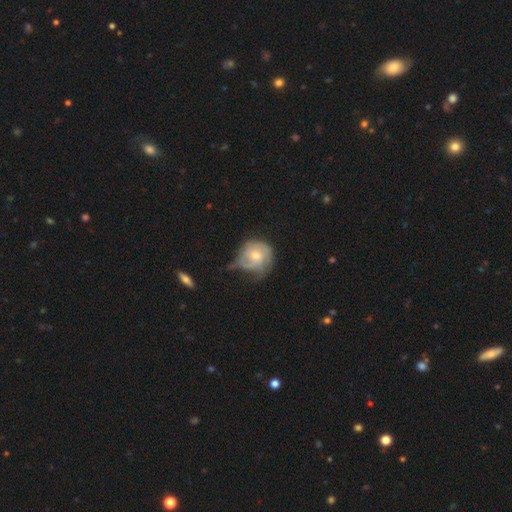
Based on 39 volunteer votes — smooth_or_featured: featured or disk (p=0.59) [alt: smooth p=0.36]
disk_edge_on: no (p=0.96) [alt: yes p=0.04]
bar: no (p=0.55) [alt: weak p=0.45]
has_spiral_arms: yes (p=0.68) [alt: no p=0.32]
spiral_winding: tight (p=0.47) [tied with: medium p=0.47]
spiral_arm_count: can't tell (p=0.53) [alt: 2 p=0.20]
bulge_size: small (p=0.45) [alt: moderate p=0.41]
merging: minor disturbance (p=0.43) [alt: major disturbance p=0.27]